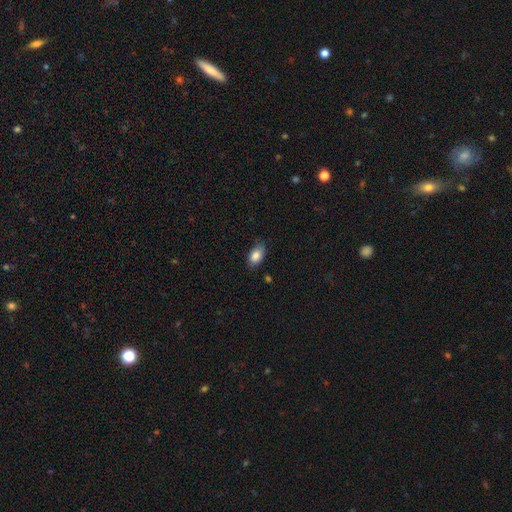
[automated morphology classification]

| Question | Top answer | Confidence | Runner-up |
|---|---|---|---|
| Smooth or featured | smooth | 85% | star or artifact (8%) |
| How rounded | in between | 89% | round (9%) |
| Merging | none | 74% | minor disturbance (21%) |